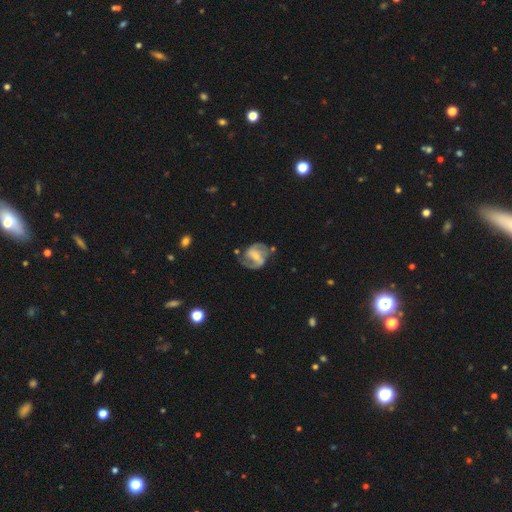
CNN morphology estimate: A featured or disk galaxy (84%) with a weak bar (41%, tied with strong), 2 (88%) medium (54%) spiral arms (94%) and a small central bulge (45%).

Vote fractions:
- Smooth or featured? featured or disk: 84% / smooth: 11% / star or artifact: 5%
- Edge-on disk? no: 98% / yes: 2%
- Bar? weak: 41% (tied) / strong: 41% (tied) / no: 18%
- Spiral arms? yes: 94% / no: 6%
- Spiral winding? medium: 54% / tight: 23% / loose: 23%
- Spiral arm count? 2: 88% / can't tell: 5% / 1: 3% / 3: 2% / 4: 1% / more than 4: 1%
- Bulge size? small: 45% / moderate: 33% / none: 15% / large: 6% / dominant: 1%
- Merging? none: 66% / minor disturbance: 18% / major disturbance: 11% / merger: 4%